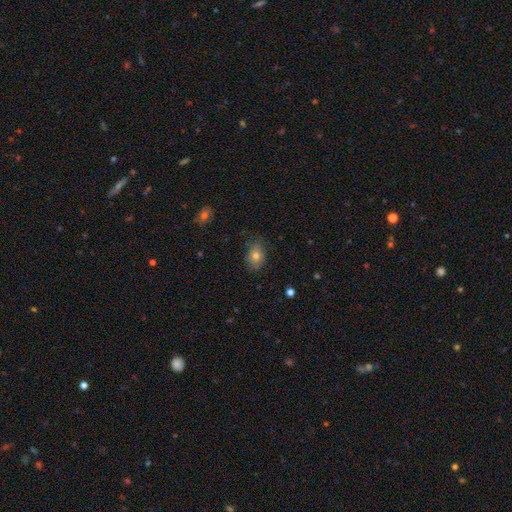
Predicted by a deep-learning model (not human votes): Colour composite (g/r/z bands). It shows a smooth galaxy with no disk features (74%) that is in between round and cigar-shaped (75%). Merging: none (74%).